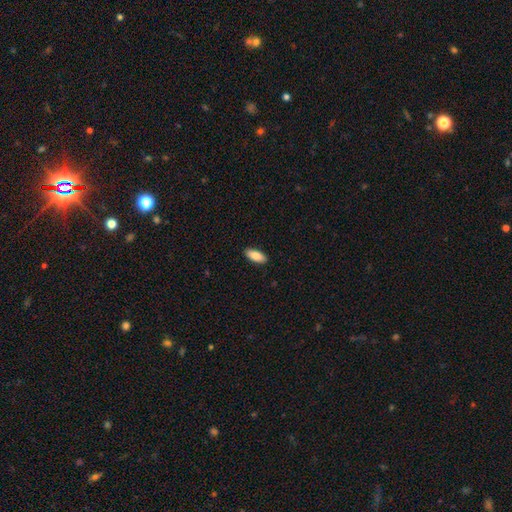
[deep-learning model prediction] A smooth galaxy with no disk features (88%) that is in between round and cigar-shaped (85%). Merging: none (90%).